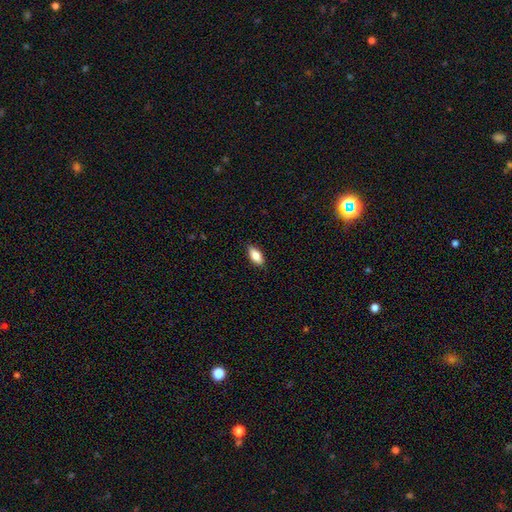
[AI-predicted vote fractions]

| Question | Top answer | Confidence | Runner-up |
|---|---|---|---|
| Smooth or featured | smooth | 81% | featured or disk (12%) |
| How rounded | in between | 87% | cigar-shaped (10%) |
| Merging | none | 89% | minor disturbance (9%) |